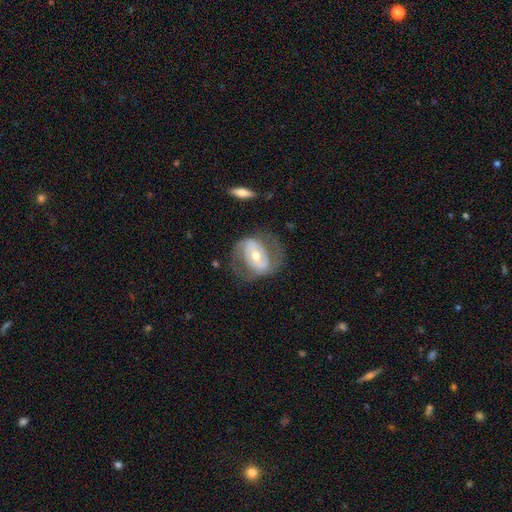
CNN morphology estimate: Q: Smooth or featured?
A: featured or disk (75%); runner-up: smooth (20%)
Q: Edge-on disk?
A: no (95%); runner-up: yes (5%)
Q: Bar?
A: strong (34%); tied with: no (34%)
Q: Spiral arms?
A: yes (73%); runner-up: no (27%)
Q: Spiral winding?
A: medium (45%); runner-up: tight (32%)
Q: Spiral arm count?
A: 2 (80%); runner-up: can't tell (13%)
Q: Bulge size?
A: moderate (61%); runner-up: small (32%)
Q: Merging?
A: none (64%); runner-up: minor disturbance (17%)